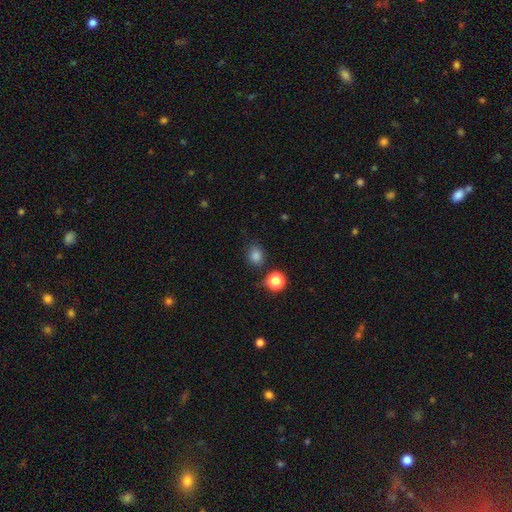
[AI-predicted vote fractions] A smooth galaxy with no disk features (81%) that is round (64%).

Vote fractions:
- Smooth or featured? smooth: 81% / star or artifact: 14% / featured or disk: 4%
- How rounded? round: 64% / in between: 35% / cigar-shaped: 1%
- Merging? none: 78% / minor disturbance: 13% / merger: 5% / major disturbance: 4%